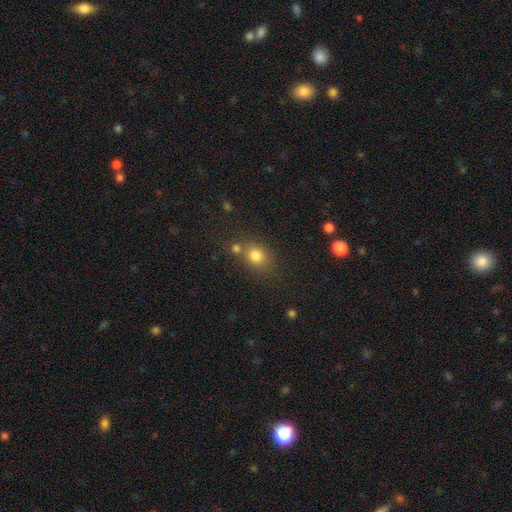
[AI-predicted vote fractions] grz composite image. It shows a smooth galaxy with no disk features (79%) that is round (65%). Merging: none (58%).